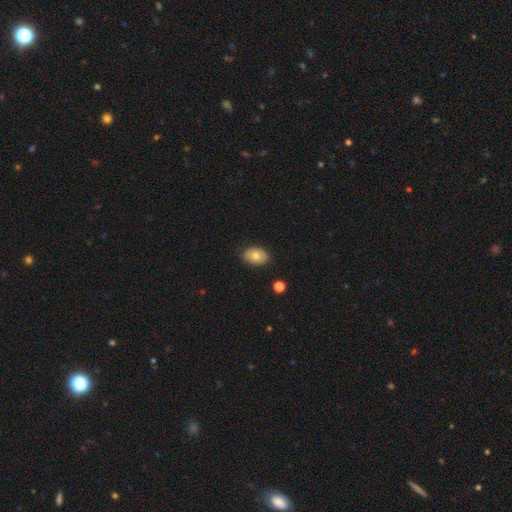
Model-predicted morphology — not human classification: This is likely a smooth galaxy (75%). How rounded: clearly in between (82%). Merging: clearly none (84%).